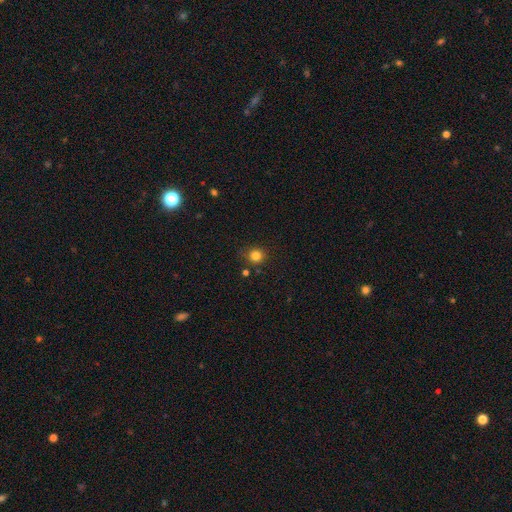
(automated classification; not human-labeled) This appears to be a smooth galaxy with no disk features (82%) that is round (88%). Merging: none (81%).